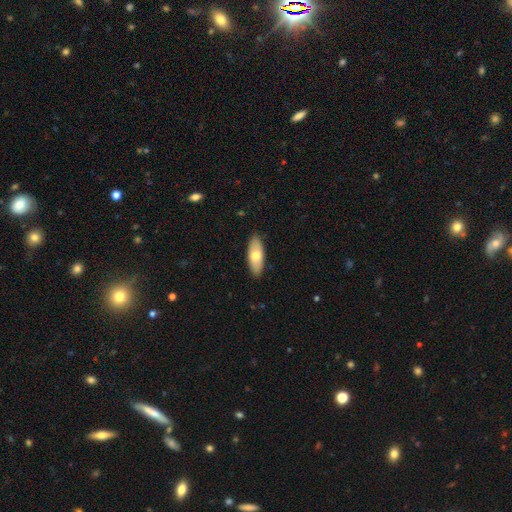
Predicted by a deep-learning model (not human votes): Overall: smooth (69%). How rounded: in between (78%). Merging: none (88%).